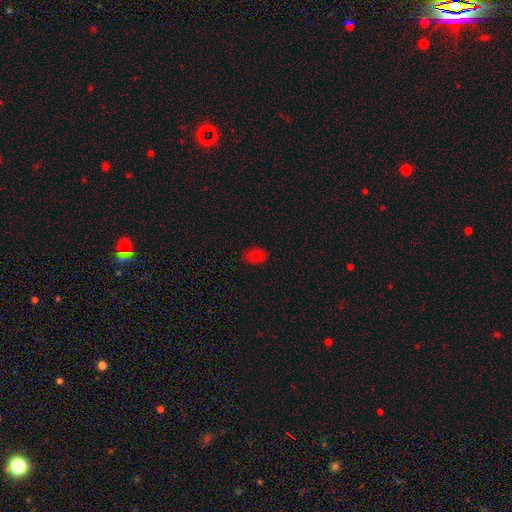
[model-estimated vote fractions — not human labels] Morphology: type=smooth (76%); roundness=in between (73%); merging=none (84%).